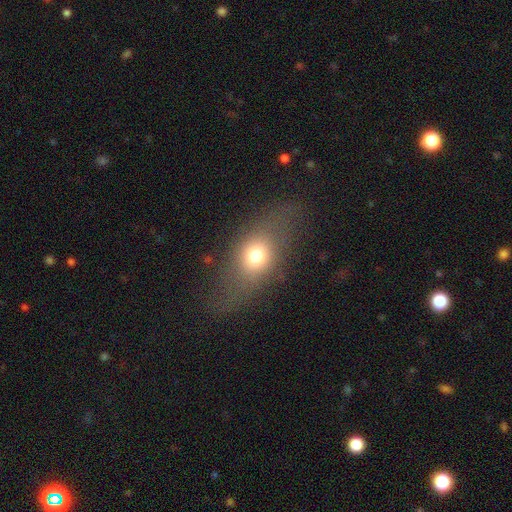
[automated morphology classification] smooth_or_featured: smooth (p=0.67) [alt: featured or disk p=0.21]
how_rounded: in between (p=0.61) [alt: round p=0.32]
merging: none (p=0.58) [alt: major disturbance p=0.20]